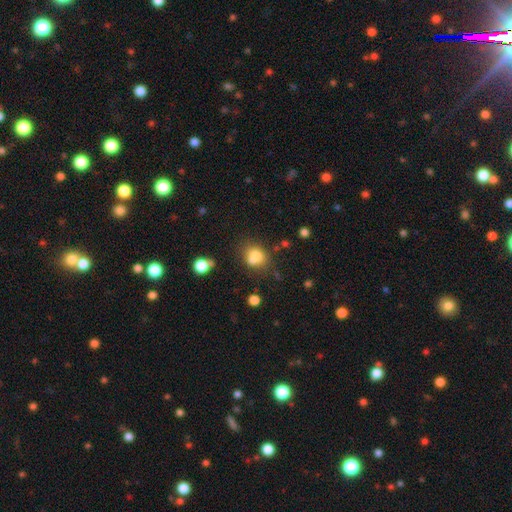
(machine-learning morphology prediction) smooth 77%, star or artifact 12%, featured or disk 11%. Down the decision tree: how rounded — round (65%); merging — none (51%).